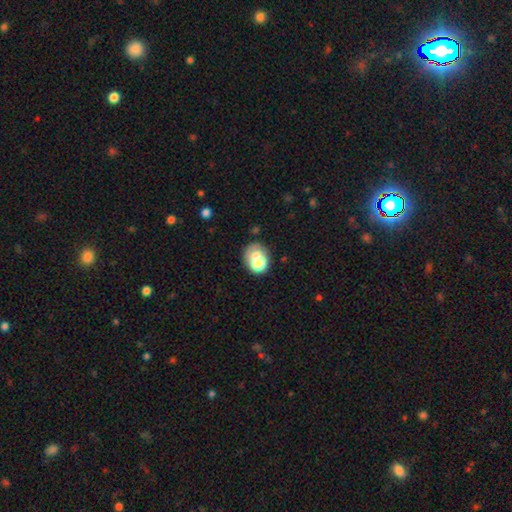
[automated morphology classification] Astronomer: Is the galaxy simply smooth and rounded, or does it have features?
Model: smooth — 65%.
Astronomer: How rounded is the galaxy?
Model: round — 57% (runner-up: in between, 42%).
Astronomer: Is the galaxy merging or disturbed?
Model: none — 45% (runner-up: merger, 24%).